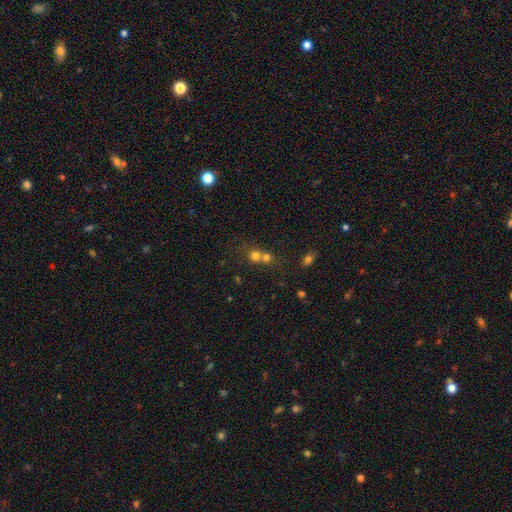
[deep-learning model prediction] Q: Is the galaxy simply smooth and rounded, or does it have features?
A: smooth — 72%.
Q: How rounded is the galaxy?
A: round — 83%.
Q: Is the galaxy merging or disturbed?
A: merger — 58%.